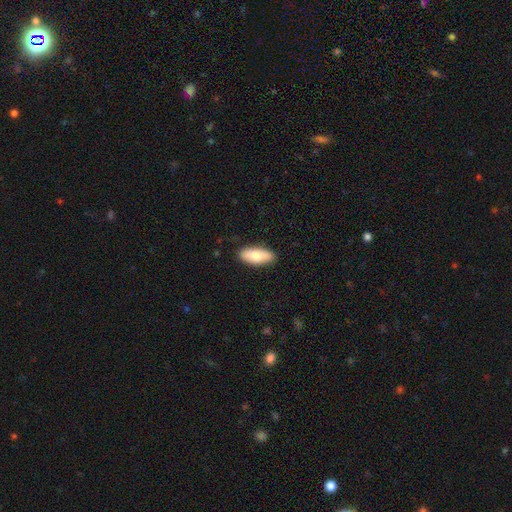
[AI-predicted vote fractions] A smooth galaxy with no disk features (78%) that is in between round and cigar-shaped (77%).

Vote fractions:
- Smooth or featured? smooth: 78% / featured or disk: 16% / star or artifact: 6%
- How rounded? in between: 77% / cigar-shaped: 21% / round: 2%
- Merging? none: 86% / minor disturbance: 11% / major disturbance: 2% / merger: 1%